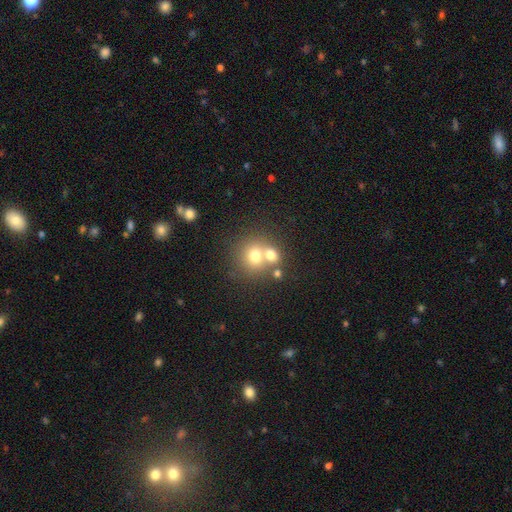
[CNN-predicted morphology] smooth_or_featured: smooth (p=0.70) [alt: featured or disk p=0.16]
how_rounded: round (p=0.82) [alt: in between p=0.17]
merging: merger (p=0.51) [alt: none p=0.40]